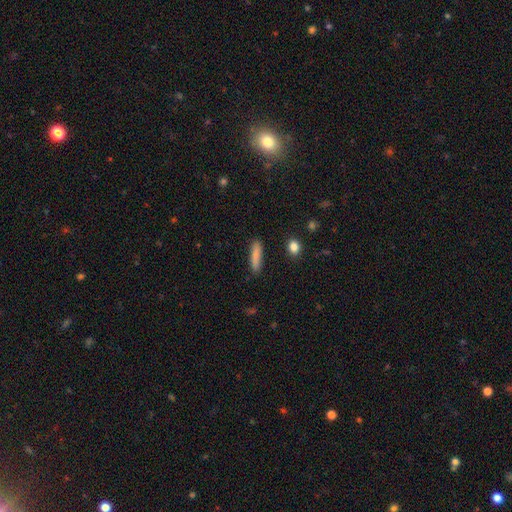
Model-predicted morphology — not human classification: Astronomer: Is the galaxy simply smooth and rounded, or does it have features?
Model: smooth — 85%.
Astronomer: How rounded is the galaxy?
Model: cigar-shaped — 79%.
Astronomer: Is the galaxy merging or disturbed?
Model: none — 88%.